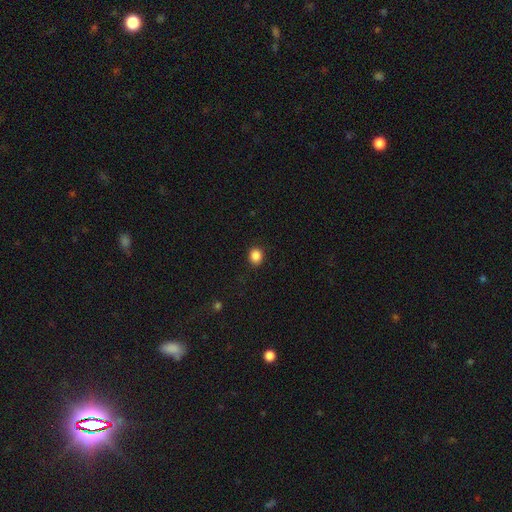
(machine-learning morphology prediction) Q: Smooth or featured?
A: smooth (87%); runner-up: star or artifact (10%)
Q: How rounded?
A: round (71%); runner-up: in between (28%)
Q: Merging?
A: none (90%); runner-up: minor disturbance (7%)